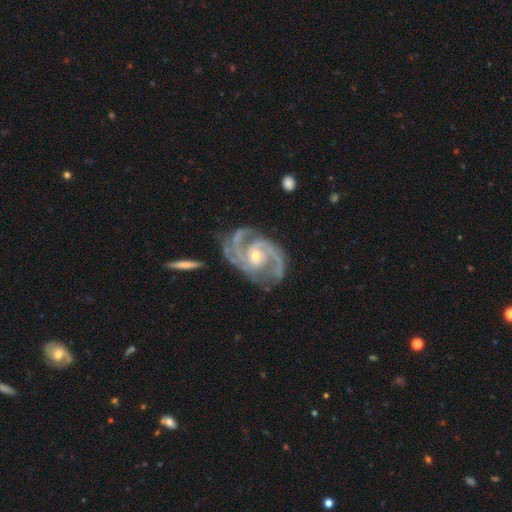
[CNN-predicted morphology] Smooth or featured?
  - featured or disk: 93% *
  - star or artifact: 4%
  - smooth: 3%
Edge-on disk?
  - no: 98% *
  - yes: 2%
Bar?
  - no: 57% *
  - weak: 31%
  - strong: 12%
Spiral arms?
  - yes: 99% *
  - no: 1%
Spiral winding?
  - medium: 52% *
  - tight: 40%
  - loose: 9%
Spiral arm count?
  - 2: 46% *
  - 3: 33%
  - can't tell: 6%
  - 4: 6%
  - 1: 4%
  - more than 4: 4%
Bulge size?
  - small: 60% *
  - moderate: 37%
  - large: 1%
  - none: 1%
  - dominant: 1%
Merging?
  - none: 65% *
  - minor disturbance: 21%
  - major disturbance: 11%
  - merger: 3%